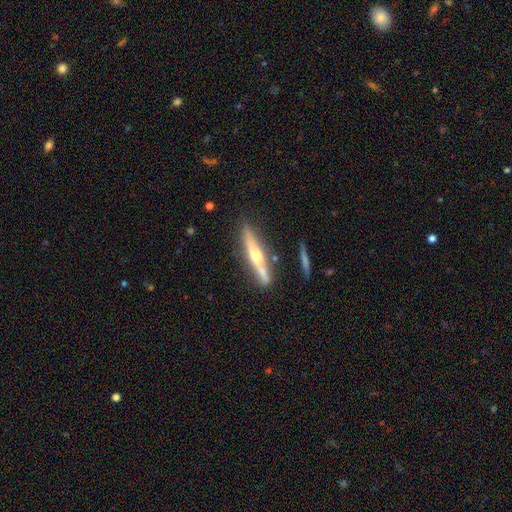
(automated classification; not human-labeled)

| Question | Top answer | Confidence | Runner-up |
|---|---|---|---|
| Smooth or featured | featured or disk | 68% | smooth (26%) |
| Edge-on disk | yes | 95% | no (5%) |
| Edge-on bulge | rounded | 89% | none (7%) |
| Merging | none | 74% | minor disturbance (12%) |